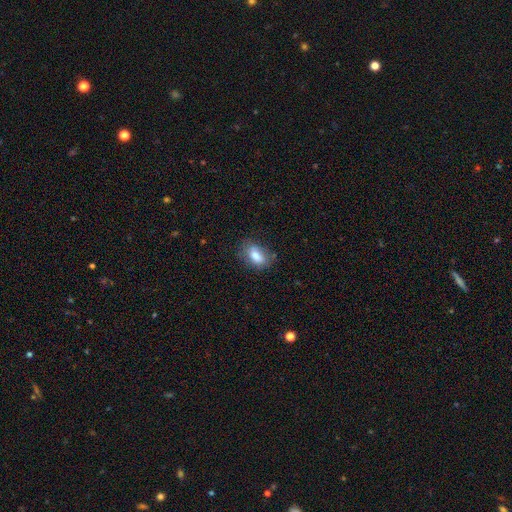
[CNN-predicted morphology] A smooth galaxy with no disk features (79%) that is in between round and cigar-shaped (87%).

Vote fractions:
- Smooth or featured? smooth: 79% / featured or disk: 13% / star or artifact: 8%
- How rounded? in between: 87% / round: 10% / cigar-shaped: 3%
- Merging? none: 68% / minor disturbance: 23% / major disturbance: 7% / merger: 2%